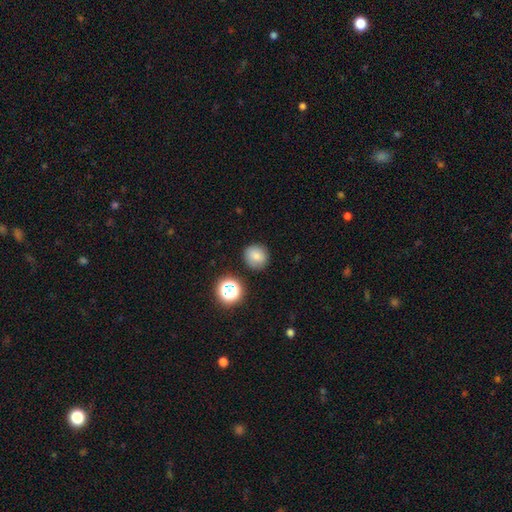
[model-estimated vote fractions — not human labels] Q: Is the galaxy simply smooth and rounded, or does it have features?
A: smooth — 77%.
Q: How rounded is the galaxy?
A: round — 86%.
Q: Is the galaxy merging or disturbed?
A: none — 86%.